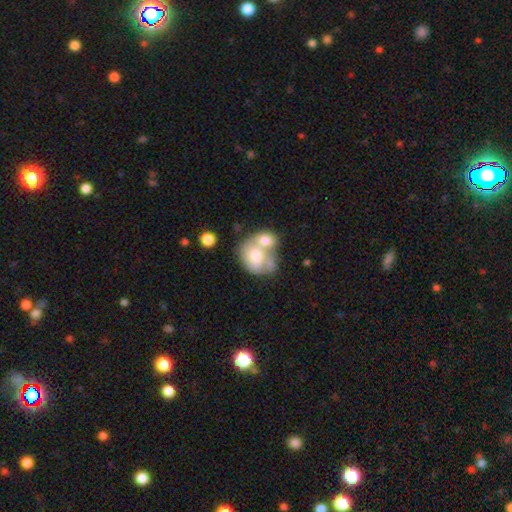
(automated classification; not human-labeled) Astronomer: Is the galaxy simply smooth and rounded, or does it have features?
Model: smooth — 58% (runner-up: featured or disk, 35%).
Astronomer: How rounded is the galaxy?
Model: in between — 52% (runner-up: round, 47%).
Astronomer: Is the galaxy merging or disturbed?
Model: merger — 70%.